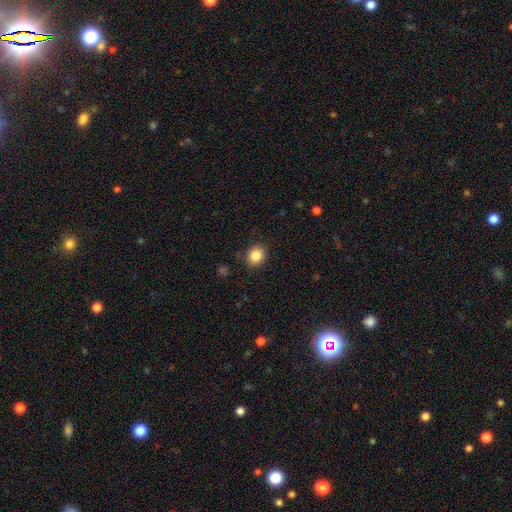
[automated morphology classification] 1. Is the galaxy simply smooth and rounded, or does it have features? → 85% smooth, 10% star or artifact, 5% featured or disk.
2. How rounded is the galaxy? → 67% round, 32% in between, 1% cigar-shaped.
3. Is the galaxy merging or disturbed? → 88% none, 8% minor disturbance, 2% major disturbance, 1% merger.